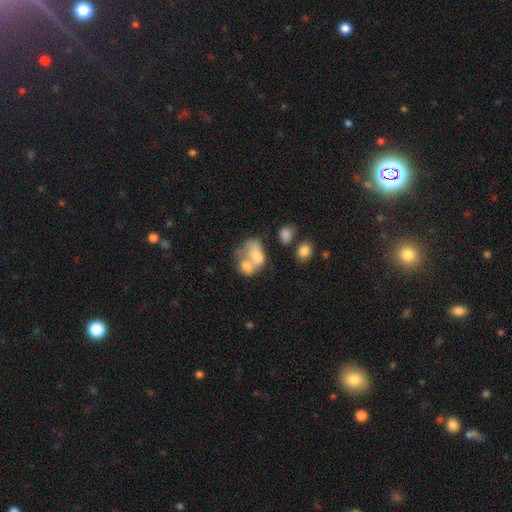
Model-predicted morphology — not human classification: Overall: smooth (65%; featured or disk 26%). How rounded: in between (76%). Merging: merger (67%).